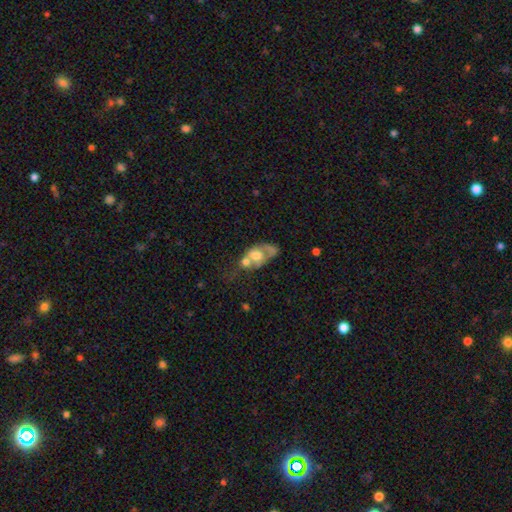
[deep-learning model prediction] This appears to be a smooth galaxy with no disk features (46%). Merging: merger (53%).